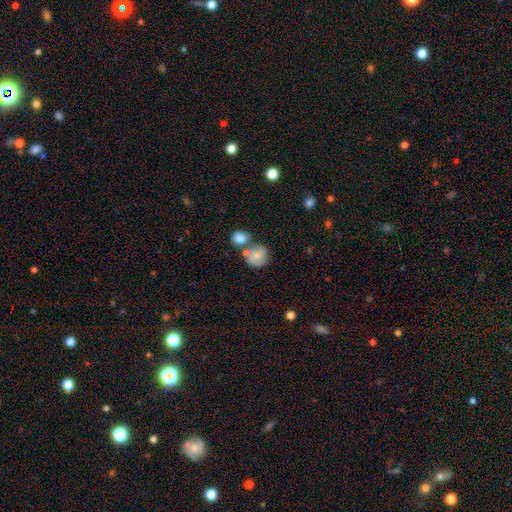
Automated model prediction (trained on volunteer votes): A smooth galaxy with no disk features (61%) that is round (78%). Merging: none (48%).